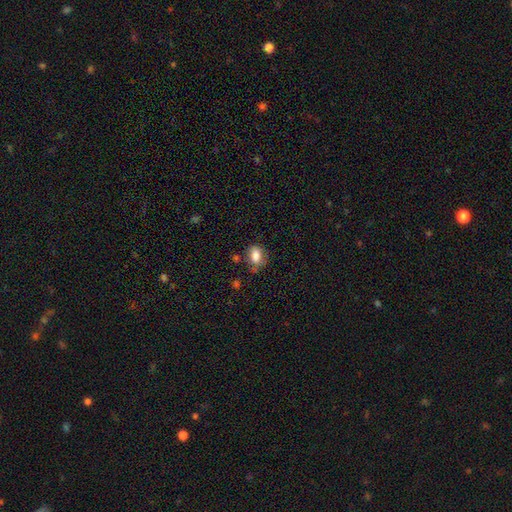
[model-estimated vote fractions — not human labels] The model was most divided on "merging": none: 61%, minor disturbance: 26%, major disturbance: 8%, merger: 5%. More confident: smooth or featured — smooth (82%); how rounded — in between (78%).